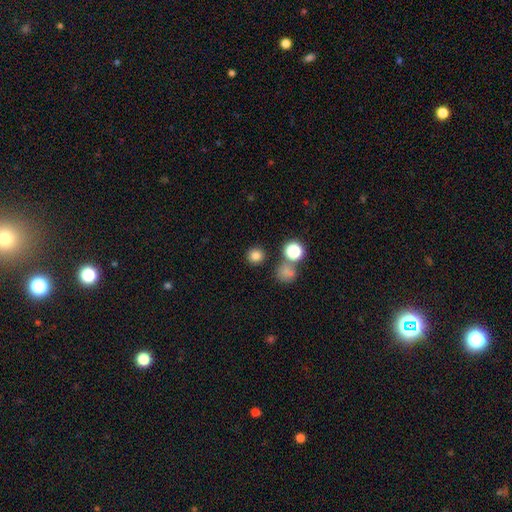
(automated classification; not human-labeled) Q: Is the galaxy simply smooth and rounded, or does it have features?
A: smooth — 79%.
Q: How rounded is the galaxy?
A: round — 92%.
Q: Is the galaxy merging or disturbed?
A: none — 85%.